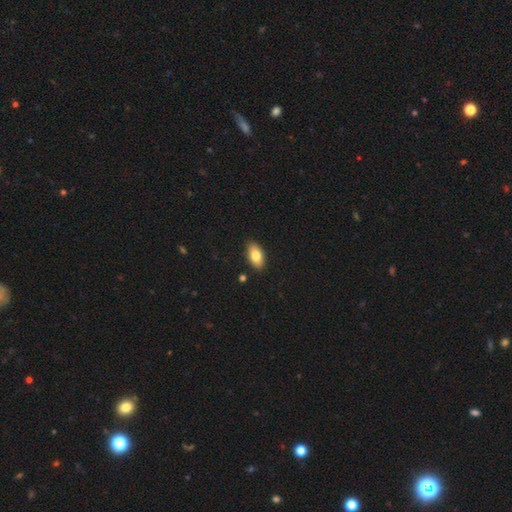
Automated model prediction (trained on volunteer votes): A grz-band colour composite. It shows a smooth galaxy with no disk features (79%) that is in between round and cigar-shaped (91%). Merging: none (88%).